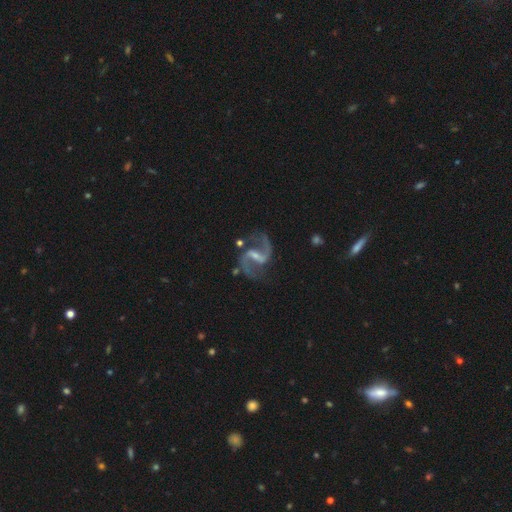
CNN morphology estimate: Overall: featured or disk (93%). Edge-on disk: no (98%). Bar: weak (47%; strong 41%). Spiral arms: yes (98%). Spiral arm count: 2 (94%). Spiral winding: medium (51%; loose 41%). Bulge size: small (58%; moderate 26%). Merging: none (76%).